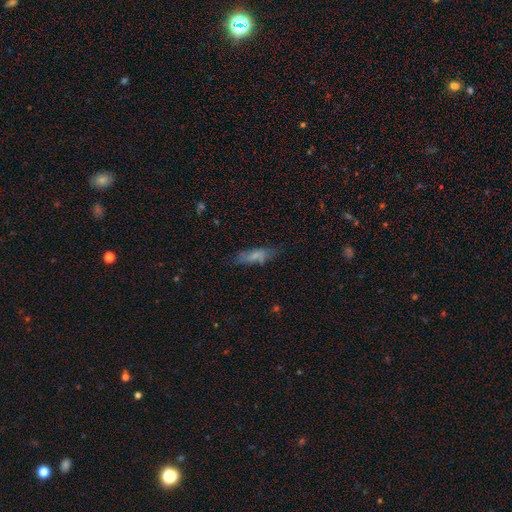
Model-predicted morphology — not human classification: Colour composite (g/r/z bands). It shows a smooth galaxy with no disk features (69%) that is in between round and cigar-shaped (51%). Merging: none (69%).